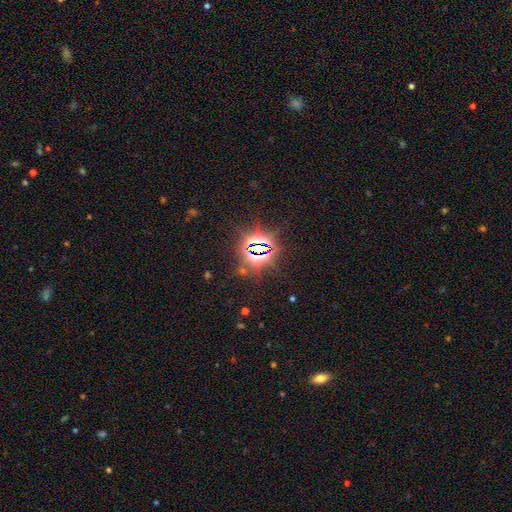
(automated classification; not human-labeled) A star or artifact, not a galaxy (85%).